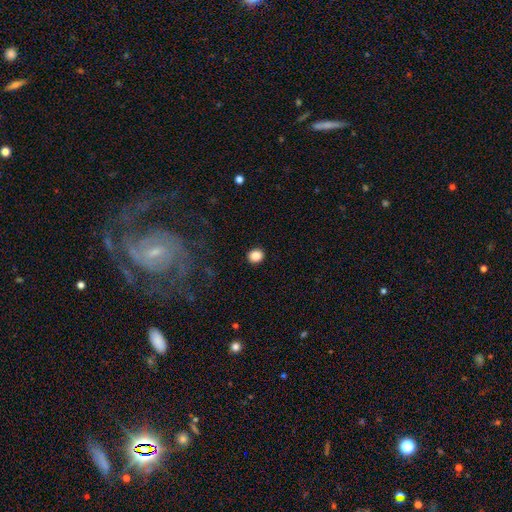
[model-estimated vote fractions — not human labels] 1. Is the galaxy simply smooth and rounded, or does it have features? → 87% smooth, 10% star or artifact, 3% featured or disk.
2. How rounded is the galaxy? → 79% round, 20% in between, 1% cigar-shaped.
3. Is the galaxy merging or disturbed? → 91% none, 6% minor disturbance, 2% major disturbance, 1% merger.